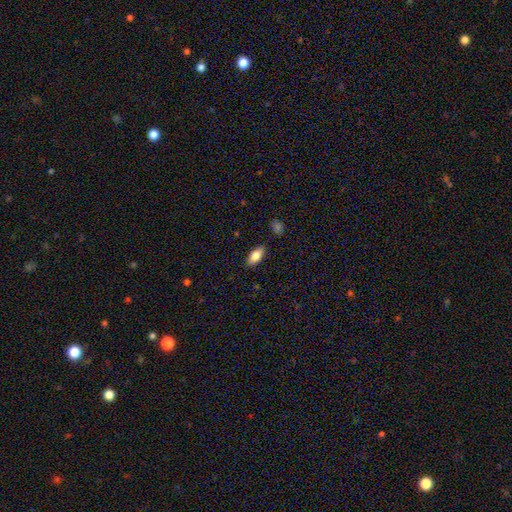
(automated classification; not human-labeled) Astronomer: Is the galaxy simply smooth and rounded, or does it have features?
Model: smooth — 83%.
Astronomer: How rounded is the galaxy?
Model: in between — 87%.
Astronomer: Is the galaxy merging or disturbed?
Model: none — 87%.